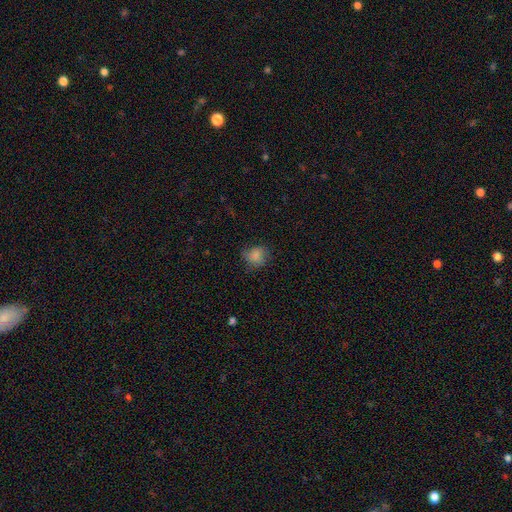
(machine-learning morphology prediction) This appears to be a smooth galaxy with no disk features (82%) that is round (70%). Merging: none (66%).